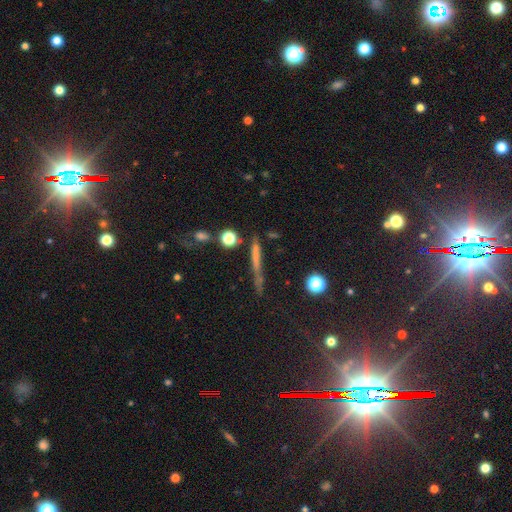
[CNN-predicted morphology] A smooth galaxy with no disk features (51%) that is cigar-shaped (85%). Merging: none (68%).